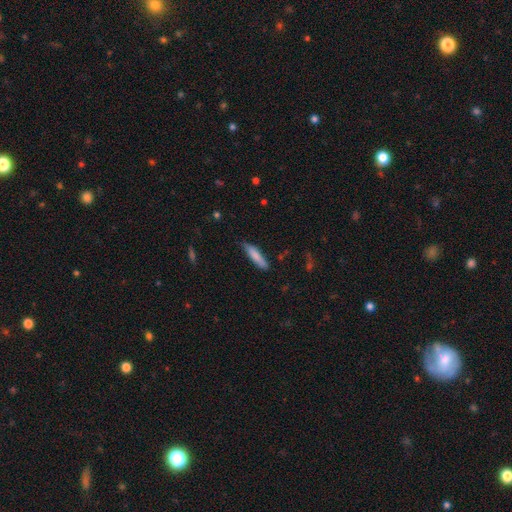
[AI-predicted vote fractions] Smooth or featured: smooth — 80% (featured or disk — 14%)
How rounded: cigar-shaped — 83% (in between — 16%)
Merging: none — 82% (minor disturbance — 14%)